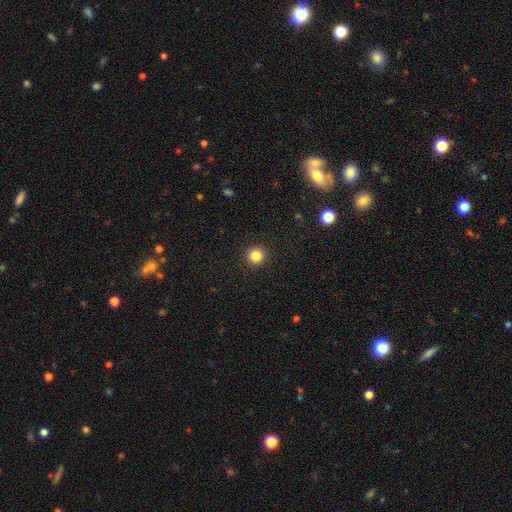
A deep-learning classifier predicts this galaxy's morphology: Smooth or featured? Predicted: smooth (p=0.84). How rounded? Predicted: round (p=0.95). Merging? Predicted: none (p=0.93).